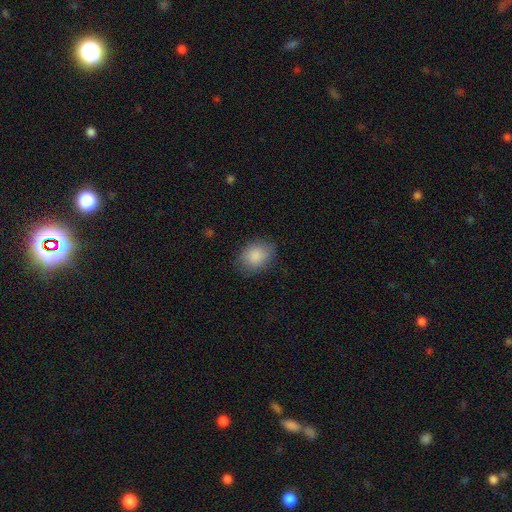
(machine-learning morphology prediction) Smooth or featured: smooth — 88% (star or artifact — 7%)
How rounded: in between — 66% (round — 33%)
Merging: none — 81% (minor disturbance — 14%)